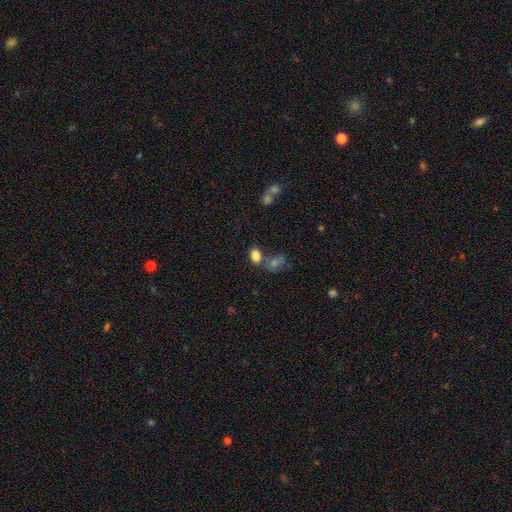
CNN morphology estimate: A smooth galaxy with no disk features (83%) that is in between round and cigar-shaped (83%). Merging: none (57%).